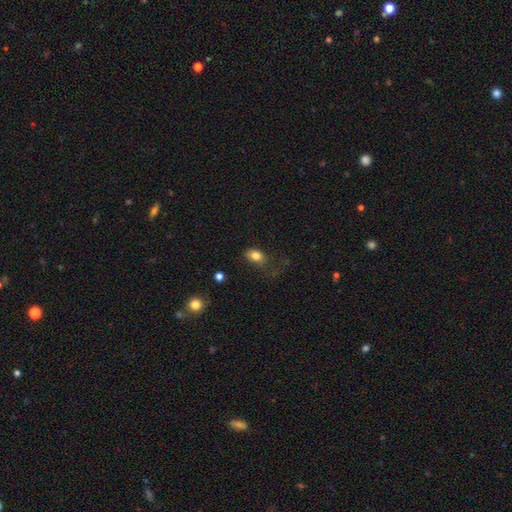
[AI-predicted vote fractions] This appears to be a smooth galaxy with no disk features (82%) that is in between round and cigar-shaped (82%). Merging: none (50%).